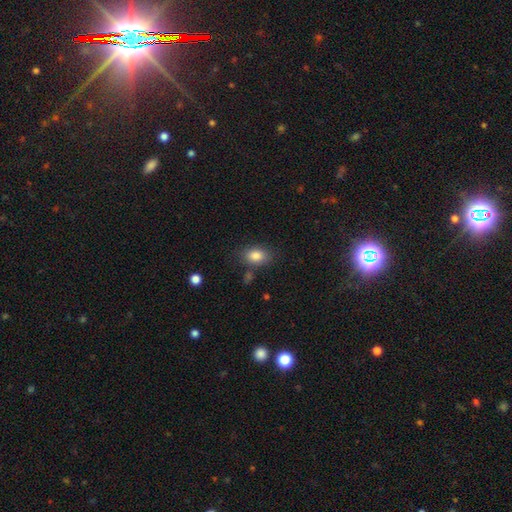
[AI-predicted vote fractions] This appears to be a smooth galaxy with no disk features (84%) that is in between round and cigar-shaped (79%). Merging: none (77%).